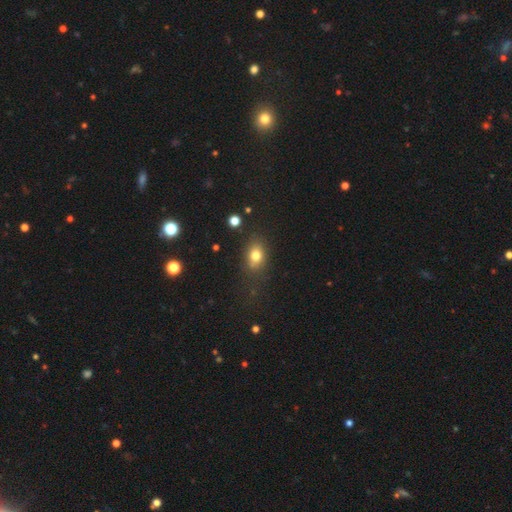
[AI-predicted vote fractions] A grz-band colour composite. It shows a smooth galaxy with no disk features (77%) that is in between round and cigar-shaped (65%). Merging: none (72%).